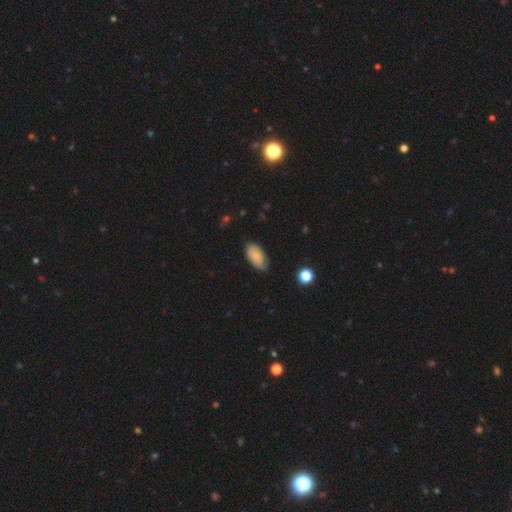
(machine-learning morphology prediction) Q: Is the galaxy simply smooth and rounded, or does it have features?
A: smooth — 78%.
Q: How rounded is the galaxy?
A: in between — 94%.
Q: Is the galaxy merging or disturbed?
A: none — 70%.